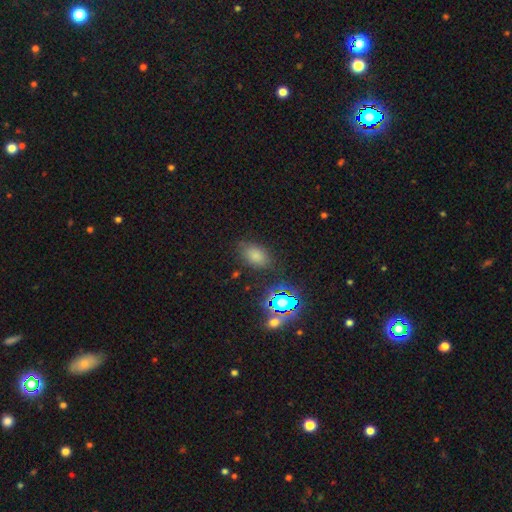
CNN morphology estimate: Q: Smooth or featured?
A: smooth (74%); runner-up: star or artifact (19%)
Q: How rounded?
A: in between (86%); runner-up: round (12%)
Q: Merging?
A: none (77%); runner-up: minor disturbance (15%)